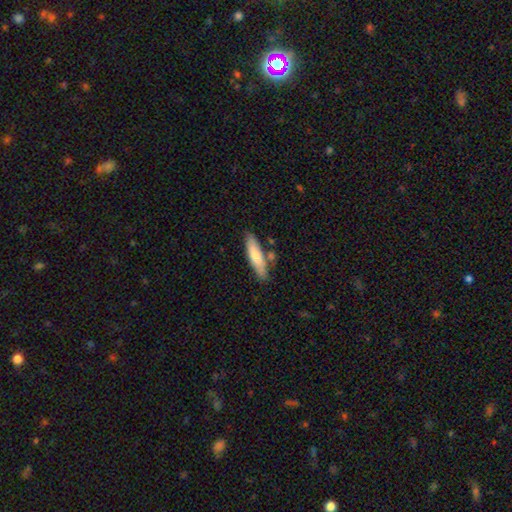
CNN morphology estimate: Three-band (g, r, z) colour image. It shows a smooth galaxy with no disk features (71%) that is cigar-shaped (72%). Merging: none (71%).